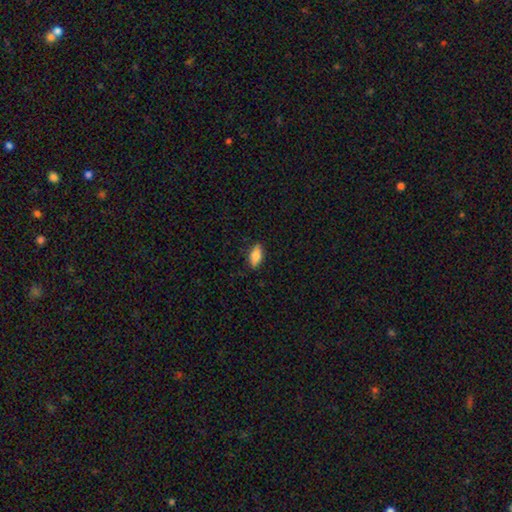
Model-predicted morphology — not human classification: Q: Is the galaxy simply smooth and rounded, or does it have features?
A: smooth — 82%.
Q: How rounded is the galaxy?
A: in between — 83%.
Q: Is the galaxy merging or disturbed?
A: none — 86%.